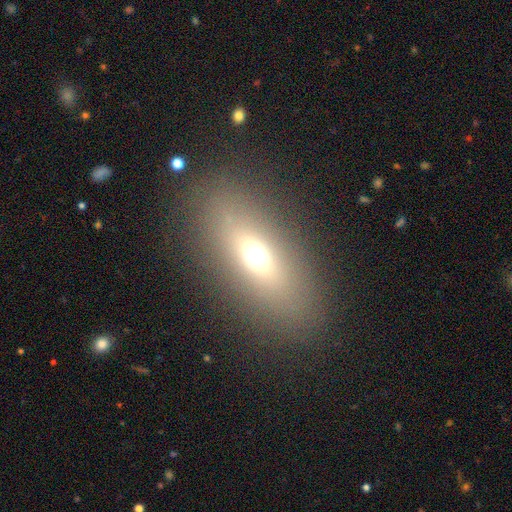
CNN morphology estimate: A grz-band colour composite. It shows a smooth galaxy with no disk features (58%) that is in between round and cigar-shaped (71%). Merging: none (83%).